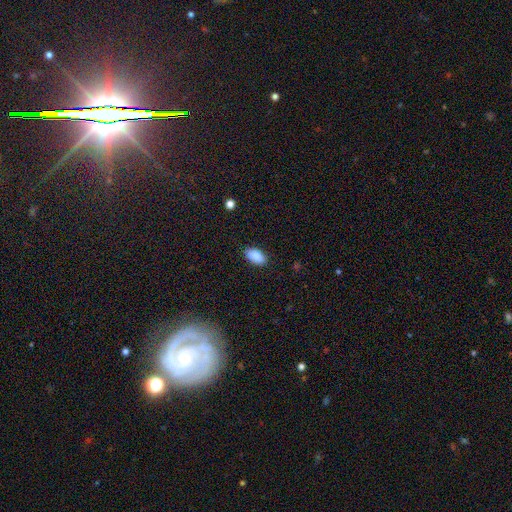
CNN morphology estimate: Smooth or featured?
  - smooth: 88% *
  - star or artifact: 7%
  - featured or disk: 5%
How rounded?
  - in between: 93% *
  - round: 4%
  - cigar-shaped: 3%
Merging?
  - none: 86% *
  - minor disturbance: 10%
  - major disturbance: 2%
  - merger: 1%